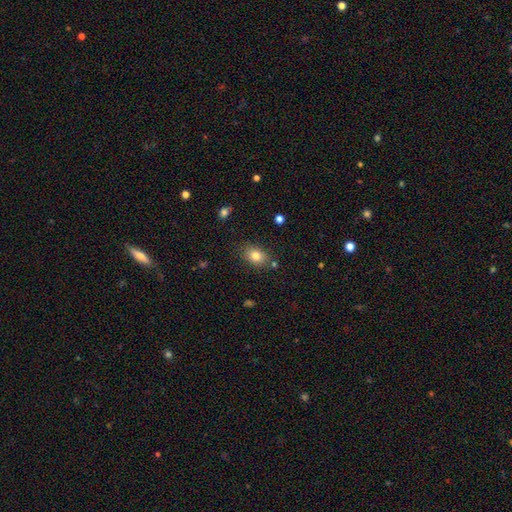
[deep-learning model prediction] smooth 80%, star or artifact 10%, featured or disk 10%. Down the decision tree: how rounded — in between (73%); merging — none (78%).